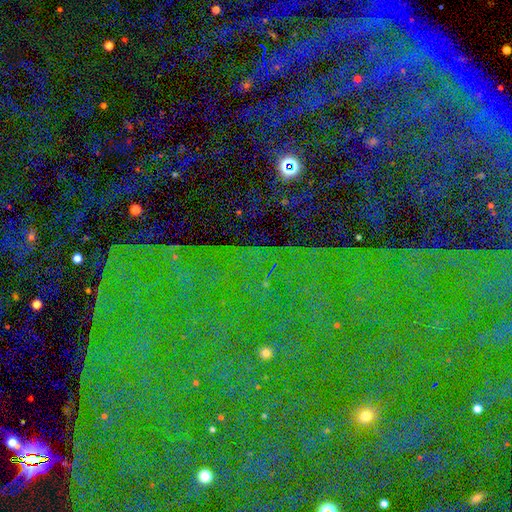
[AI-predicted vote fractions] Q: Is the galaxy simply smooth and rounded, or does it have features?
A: star or artifact — 85%.